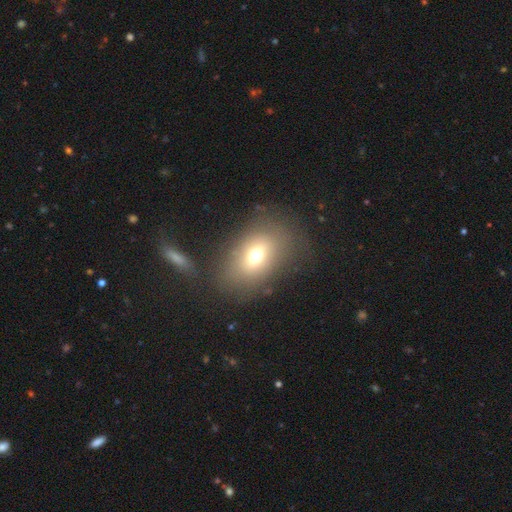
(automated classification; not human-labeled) Smooth or featured? Predicted: smooth (p=0.66). How rounded? Predicted: in between (p=0.72). Merging? Predicted: none (p=0.74).